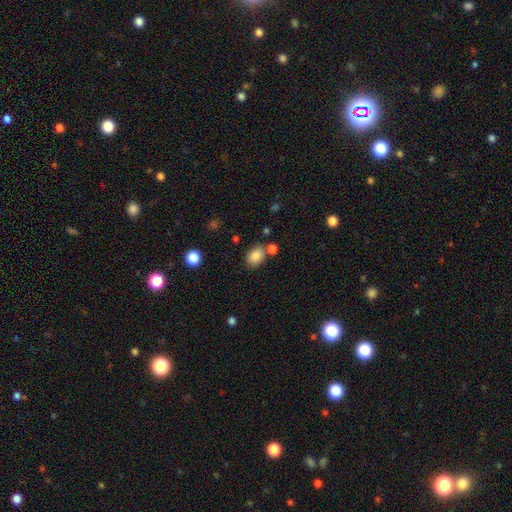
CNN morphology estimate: Overall: smooth (84%). How rounded: in between (65%; round 34%). Merging: none (69%).